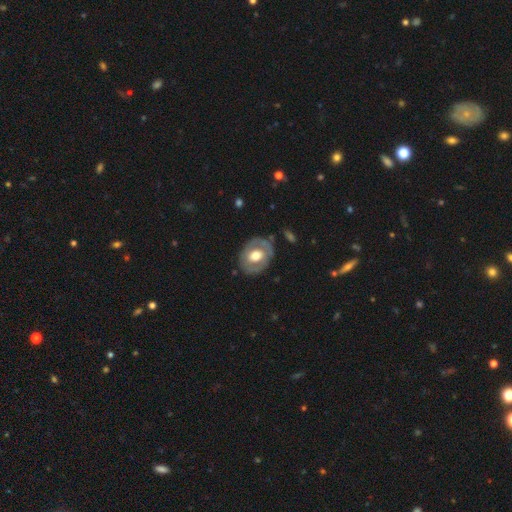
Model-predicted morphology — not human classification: smooth_or_featured: featured or disk (p=0.51) [alt: smooth p=0.43]
disk_edge_on: no (p=0.94) [alt: yes p=0.06]
merging: none (p=0.77) [alt: minor disturbance p=0.15]